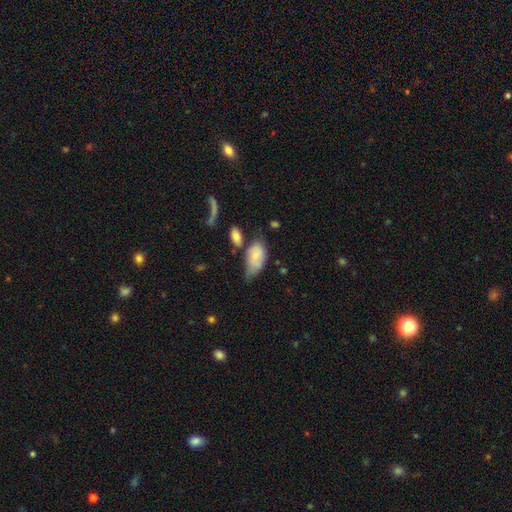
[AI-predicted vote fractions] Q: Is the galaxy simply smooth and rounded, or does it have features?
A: smooth — 66%.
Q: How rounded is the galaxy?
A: in between — 92%.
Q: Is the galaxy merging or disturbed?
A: none — 34%.